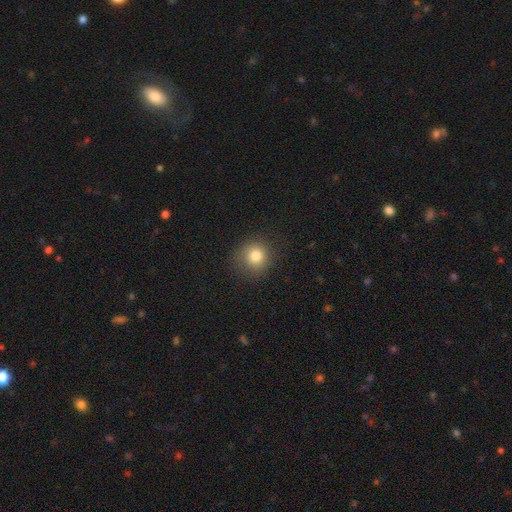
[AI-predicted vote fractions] The model was most divided on "smooth or featured": smooth: 80%, star or artifact: 13%, featured or disk: 8%. More confident: how rounded — round (88%); merging — none (84%).